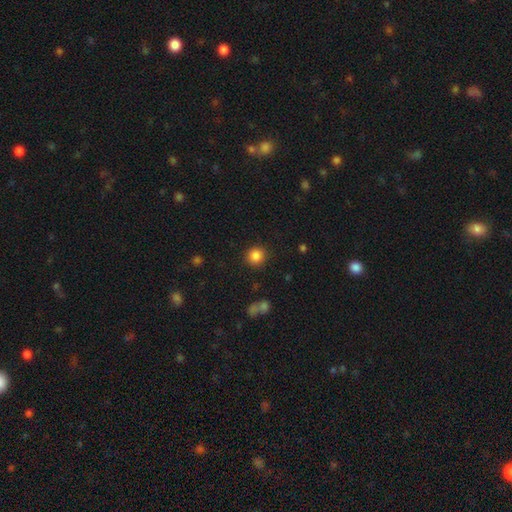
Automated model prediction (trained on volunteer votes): Smooth or featured? Predicted: smooth (p=0.86). How rounded? Predicted: round (p=0.91). Merging? Predicted: none (p=0.89).